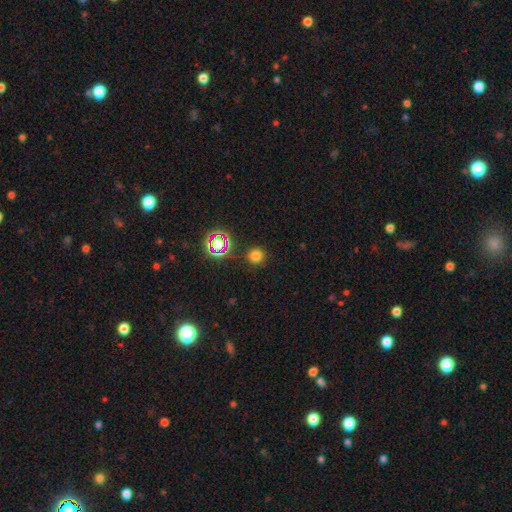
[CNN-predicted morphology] smooth-or-featured: smooth: 72% | star or artifact: 23% | featured or disk: 6%
  how-rounded: round: 95% | in between: 4% | cigar-shaped: 1%
  merging: none: 88% | minor disturbance: 7% | major disturbance: 3% | merger: 2%